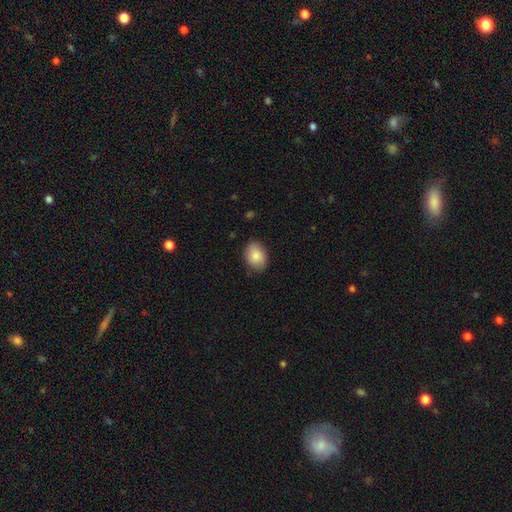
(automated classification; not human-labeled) Smooth or featured? smooth (87%)
How rounded? in between (72%)
Merging? none (85%)